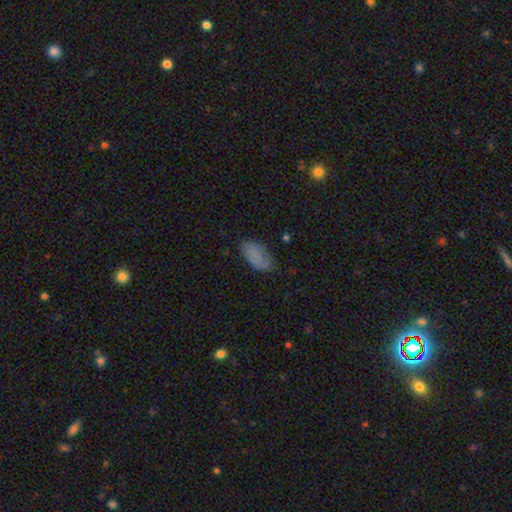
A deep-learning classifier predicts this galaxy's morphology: smooth-or-featured: smooth: 82% | featured or disk: 9% | star or artifact: 9%
  how-rounded: in between: 94% | cigar-shaped: 3% | round: 3%
  merging: none: 73% | minor disturbance: 21% | major disturbance: 5% | merger: 1%